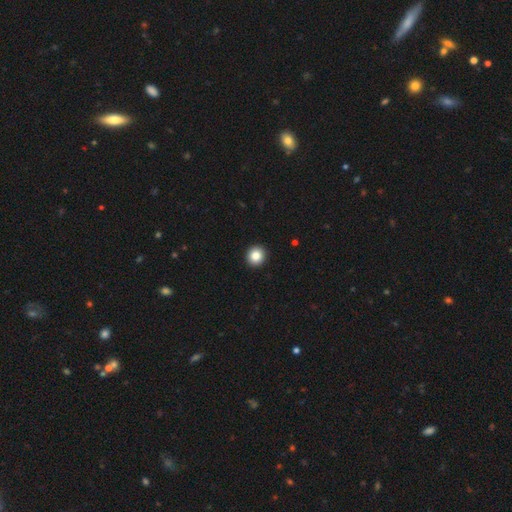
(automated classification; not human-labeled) A smooth galaxy with no disk features (85%) that is round (92%).

Vote fractions:
- Smooth or featured? smooth: 85% / star or artifact: 9% / featured or disk: 5%
- How rounded? round: 92% / in between: 7% / cigar-shaped: 1%
- Merging? none: 94% / minor disturbance: 4% / major disturbance: 1% / merger: 1%